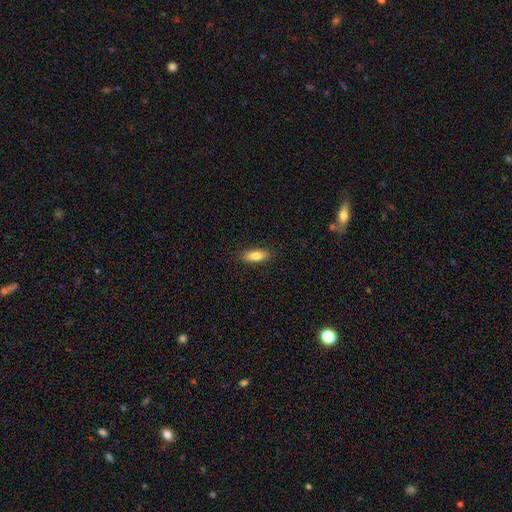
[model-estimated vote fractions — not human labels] Smooth or featured? smooth (79%)
How rounded? in between (70%)
Merging? none (88%)